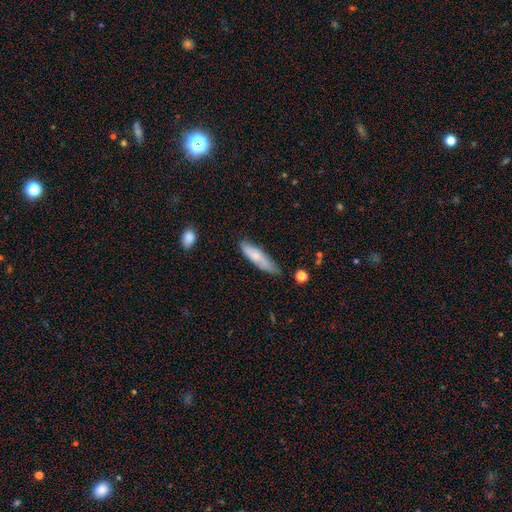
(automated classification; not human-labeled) A smooth galaxy with no disk features (72%) that is cigar-shaped (68%).

Vote fractions:
- Smooth or featured? smooth: 72% / featured or disk: 22% / star or artifact: 6%
- How rounded? cigar-shaped: 68% / in between: 31% / round: 2%
- Merging? none: 69% / minor disturbance: 25% / major disturbance: 4% / merger: 2%